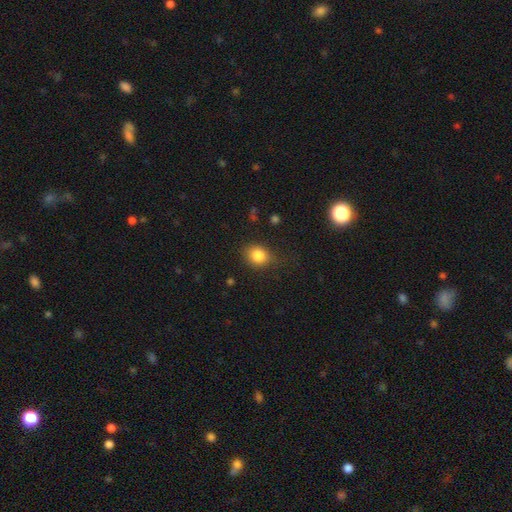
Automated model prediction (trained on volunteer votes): smooth_or_featured: smooth (p=0.82) [alt: star or artifact p=0.11]
how_rounded: round (p=0.61) [alt: in between p=0.38]
merging: none (p=0.77) [alt: minor disturbance p=0.17]